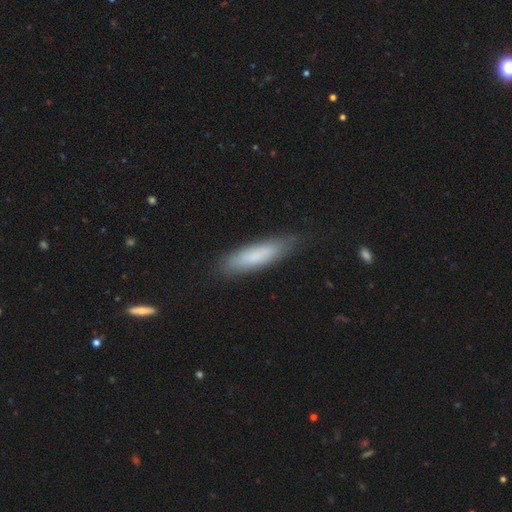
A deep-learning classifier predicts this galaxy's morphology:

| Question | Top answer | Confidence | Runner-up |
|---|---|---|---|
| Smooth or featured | smooth | 79% | featured or disk (15%) |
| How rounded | cigar-shaped | 68% | in between (31%) |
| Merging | none | 82% | minor disturbance (14%) |